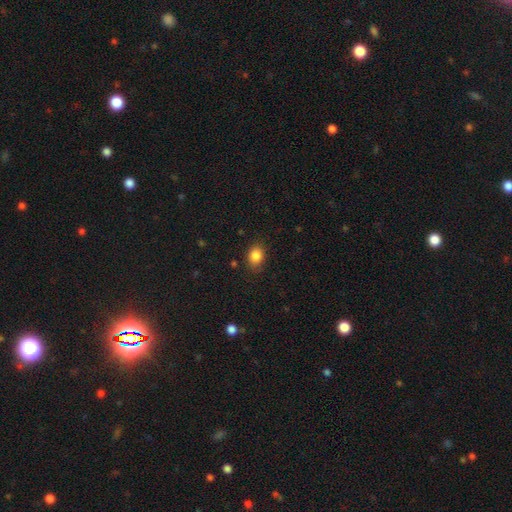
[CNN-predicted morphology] type=smooth (86%); roundness=in between (63%); merging=none (83%).